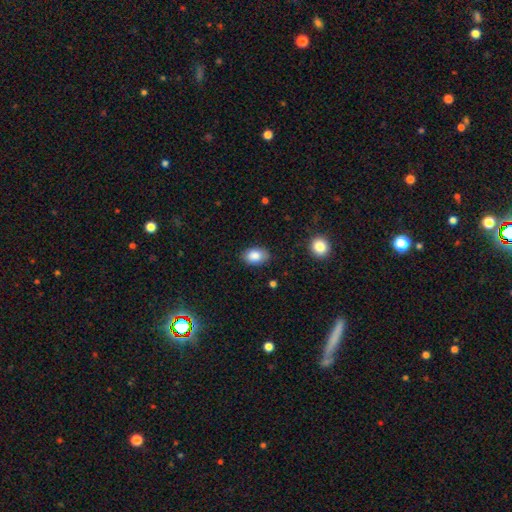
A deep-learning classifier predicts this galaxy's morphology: Smooth or featured? smooth (85%)
How rounded? in between (82%)
Merging? none (84%)